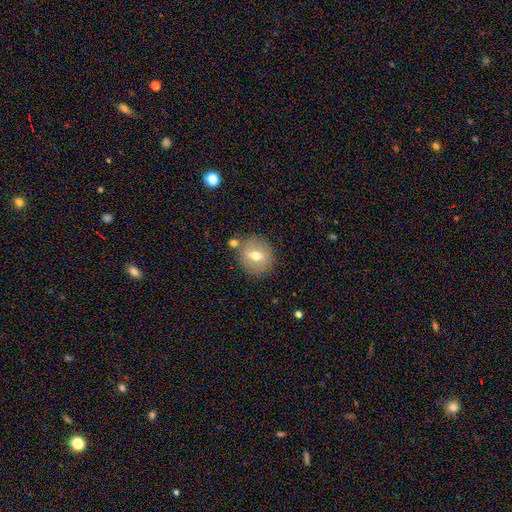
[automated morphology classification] smooth_or_featured: smooth (p=0.61) [alt: featured or disk p=0.30]
how_rounded: round (p=0.82) [alt: in between p=0.17]
merging: none (p=0.77) [alt: minor disturbance p=0.11]